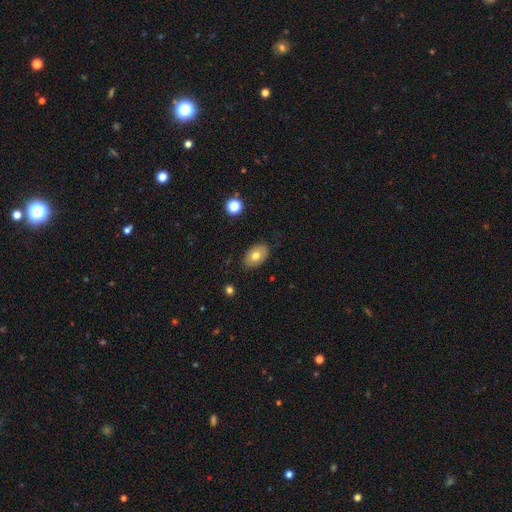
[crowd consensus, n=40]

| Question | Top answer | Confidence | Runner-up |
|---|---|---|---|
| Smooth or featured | smooth | 70% | featured or disk (22%) |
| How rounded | in between | 93% | round (7%) |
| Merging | none | 70% | minor disturbance (22%) |